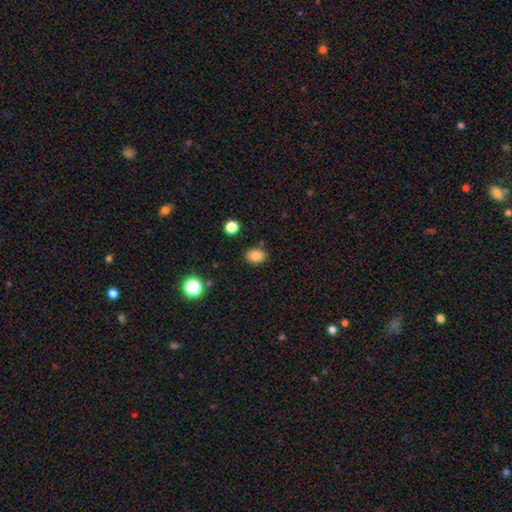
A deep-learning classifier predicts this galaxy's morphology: The model was most divided on "how rounded": in between: 69%, round: 30%, cigar-shaped: 1%. More confident: smooth or featured — smooth (84%); merging — none (81%).